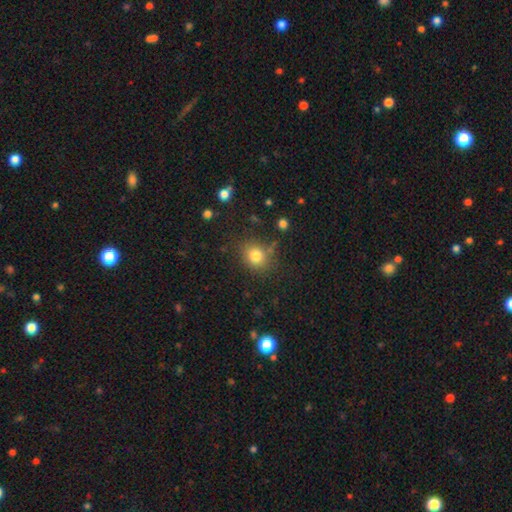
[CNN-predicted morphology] Smooth or featured? Predicted: smooth (p=0.80). How rounded? Predicted: round (p=0.77). Merging? Predicted: none (p=0.80).